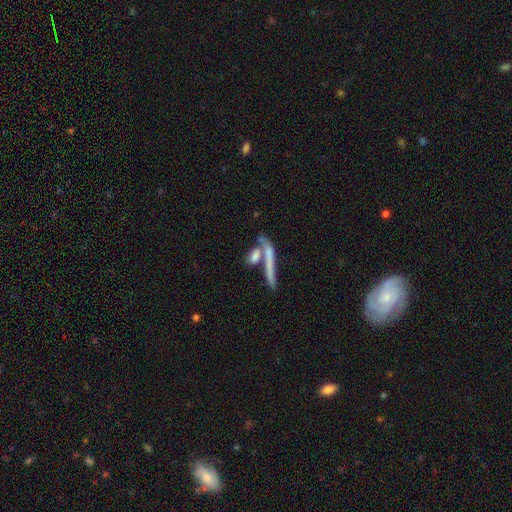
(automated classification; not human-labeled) Smooth or featured?
  - smooth: 67% *
  - featured or disk: 25%
  - star or artifact: 8%
How rounded?
  - cigar-shaped: 57% *
  - in between: 34%
  - round: 9%
Merging?
  - none: 44% *
  - merger: 38%
  - minor disturbance: 11%
  - major disturbance: 8%